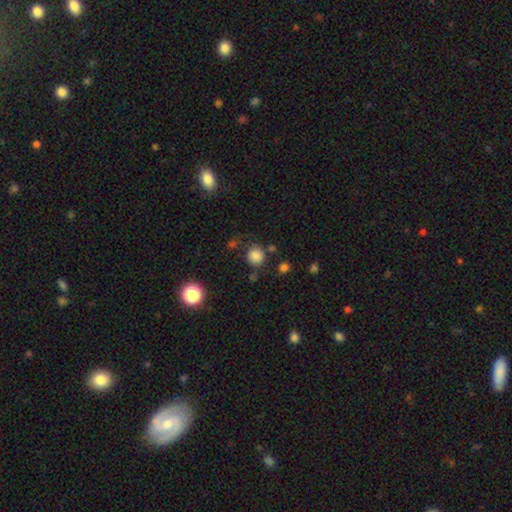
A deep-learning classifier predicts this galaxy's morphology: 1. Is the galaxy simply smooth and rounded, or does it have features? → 82% smooth, 13% star or artifact, 5% featured or disk.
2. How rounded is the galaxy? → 85% round, 14% in between, 1% cigar-shaped.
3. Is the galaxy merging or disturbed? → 74% none, 14% minor disturbance, 6% merger, 5% major disturbance.